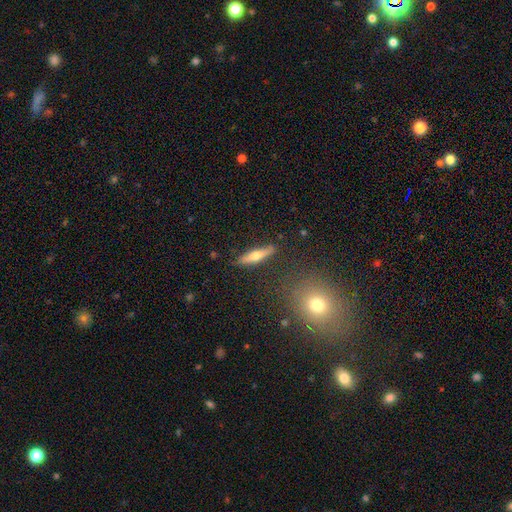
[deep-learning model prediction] This appears to be a smooth galaxy with no disk features (48%). Merging: none (86%).